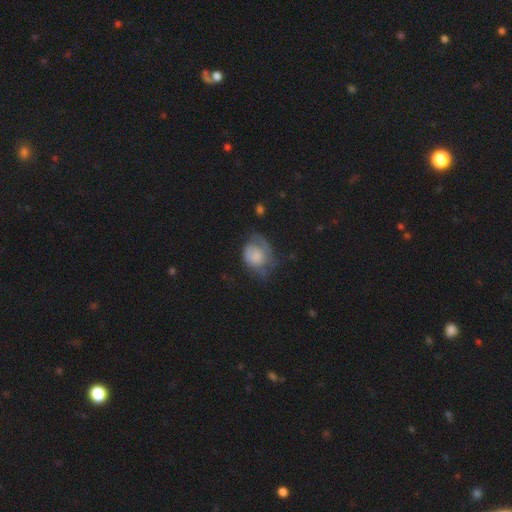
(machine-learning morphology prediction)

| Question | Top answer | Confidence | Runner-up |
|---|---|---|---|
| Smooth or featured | smooth | 57% | featured or disk (35%) |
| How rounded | round | 52% | in between (47%) |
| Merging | none | 34% | minor disturbance (32%) |